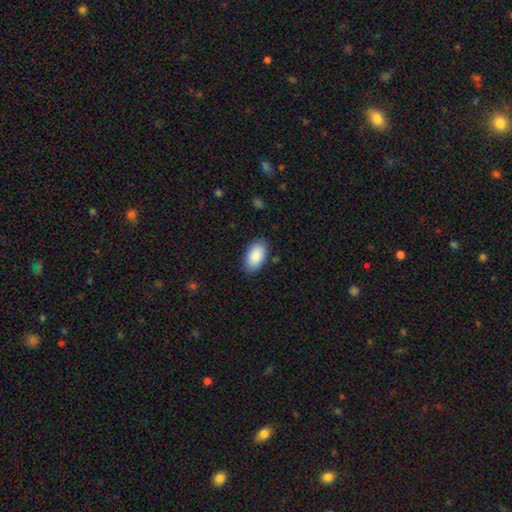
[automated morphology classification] Overall: smooth (90%). How rounded: in between (95%). Merging: none (85%).